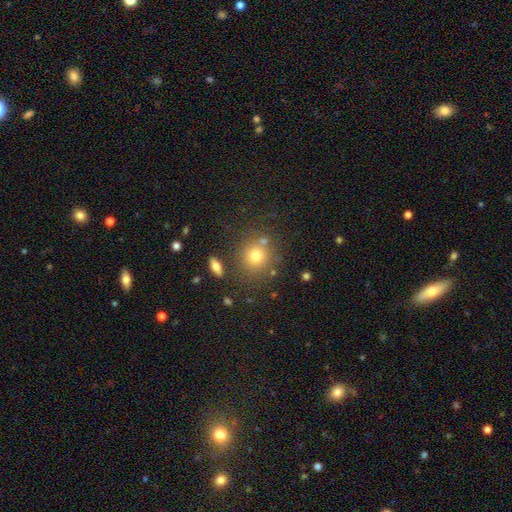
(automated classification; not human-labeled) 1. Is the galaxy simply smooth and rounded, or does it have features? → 74% smooth, 15% star or artifact, 11% featured or disk.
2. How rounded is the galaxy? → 86% round, 13% in between, 1% cigar-shaped.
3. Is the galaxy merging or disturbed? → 75% none, 11% minor disturbance, 10% merger, 4% major disturbance.